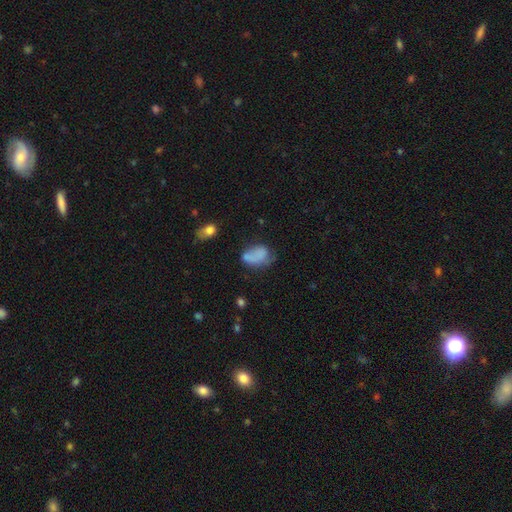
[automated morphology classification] Smooth or featured? Predicted: smooth (p=0.69). How rounded? Predicted: in between (p=0.80). Merging? Predicted: none (p=0.34).